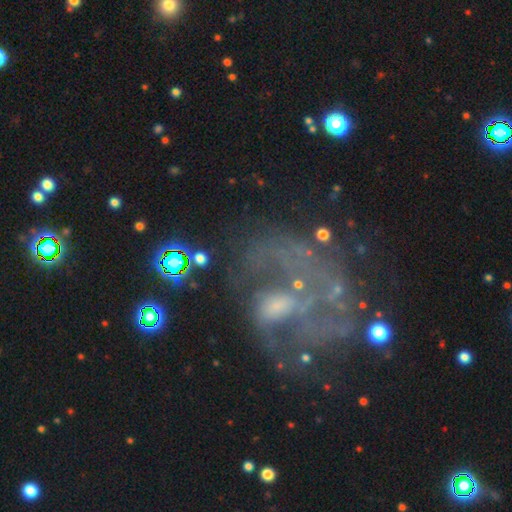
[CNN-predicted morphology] This is likely a featured or disk galaxy (65%). It is clearly not viewed edge-on (98%). Bar: likely no (70%). Spiral arm pattern: possibly yes (51%). Central bulge: marginally none (40%). Merging: marginally major disturbance (40%).